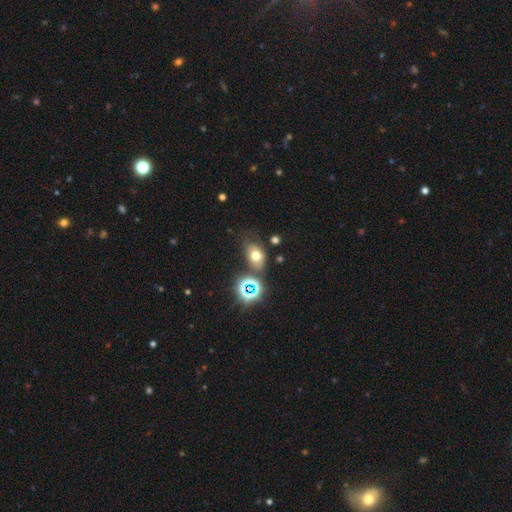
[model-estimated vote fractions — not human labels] Overall: smooth (64%). How rounded: in between (75%). Merging: none (61%; minor disturbance 21%).